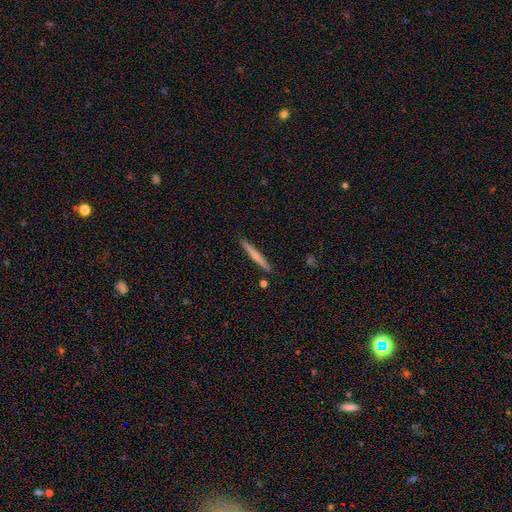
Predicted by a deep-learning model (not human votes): Smooth or featured?
  - smooth: 56% *
  - featured or disk: 39%
  - star or artifact: 6%
How rounded?
  - cigar-shaped: 96% *
  - in between: 3%
  - round: 1%
Merging?
  - none: 90% *
  - minor disturbance: 7%
  - merger: 2%
  - major disturbance: 1%